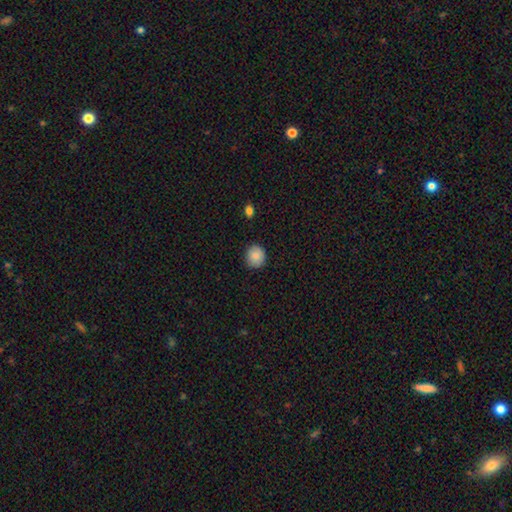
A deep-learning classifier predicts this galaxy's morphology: This is clearly a smooth galaxy (88%). How rounded: clearly round (87%). Merging: clearly none (88%).